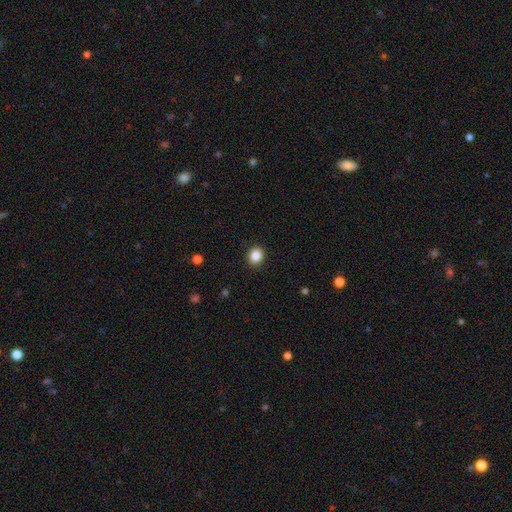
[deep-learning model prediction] The model was most divided on "how rounded": round: 80%, in between: 19%, cigar-shaped: 1%. More confident: merging — none (92%); smooth or featured — smooth (85%).